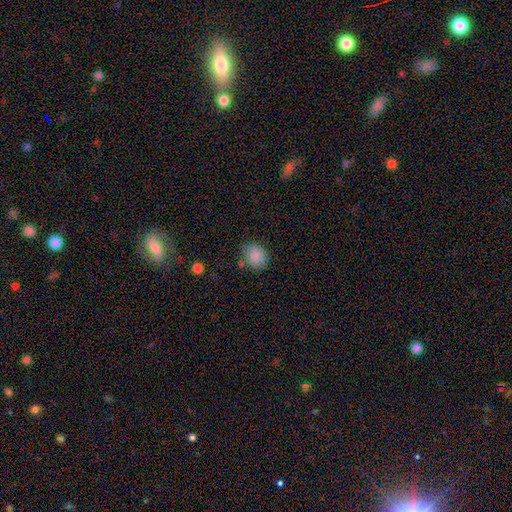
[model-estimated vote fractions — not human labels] Smooth or featured?
  - smooth: 86% *
  - star or artifact: 9%
  - featured or disk: 6%
How rounded?
  - round: 51% *
  - in between: 48%
  - cigar-shaped: 1%
Merging?
  - none: 69% *
  - minor disturbance: 21%
  - merger: 5%
  - major disturbance: 5%